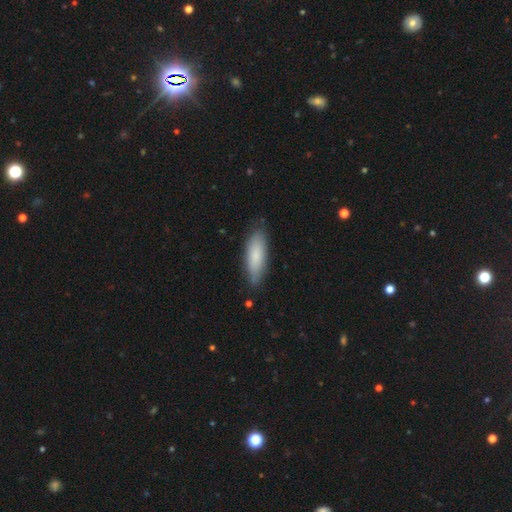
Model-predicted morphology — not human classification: type=smooth (81%); roundness=in between (56%); merging=none (81%).